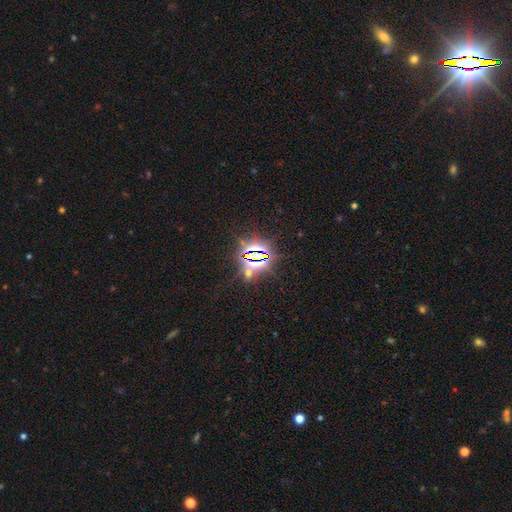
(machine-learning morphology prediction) The model was most divided on "smooth or featured": star or artifact: 82%, smooth: 10%, featured or disk: 8%.